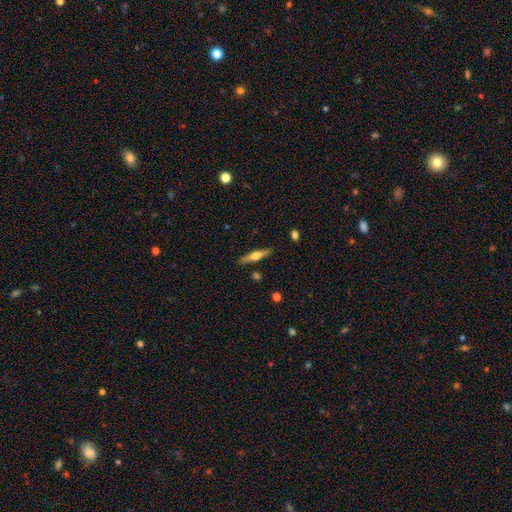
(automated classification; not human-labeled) The model was most divided on "smooth or featured": featured or disk: 53%, smooth: 41%, star or artifact: 6%. More confident: edge-on disk — yes (95%); edge-on bulge — rounded (90%); merging — none (88%).